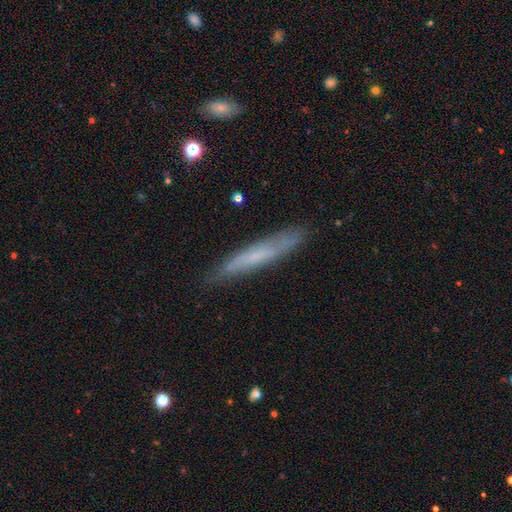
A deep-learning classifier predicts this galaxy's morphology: Overall: smooth (52%; featured or disk 41%). How rounded: cigar-shaped (93%). Merging: none (82%).